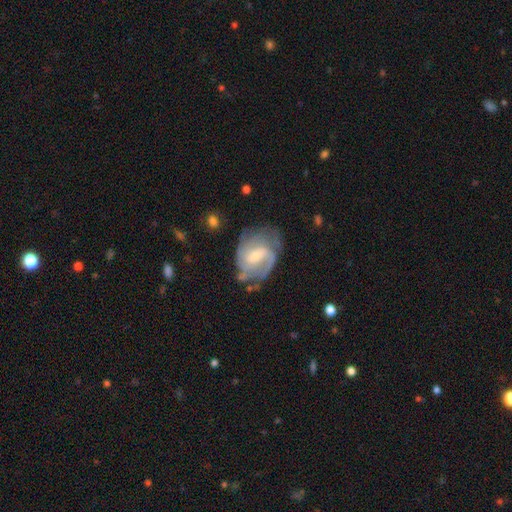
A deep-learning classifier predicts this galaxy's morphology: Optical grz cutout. It shows a featured or disk galaxy (77%) with a weak bar (56%), 2 (47%) medium (45%) spiral arms (89%) and a small central bulge (50%). Merging: none (52%).